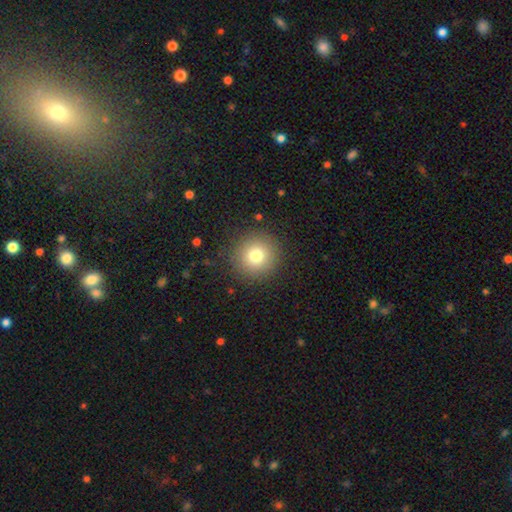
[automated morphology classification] Smooth or featured: smooth — 77% (star or artifact — 13%)
How rounded: round — 95% (in between — 4%)
Merging: none — 90% (minor disturbance — 7%)